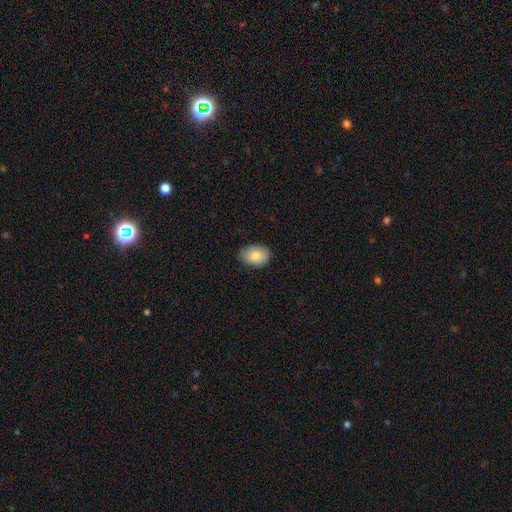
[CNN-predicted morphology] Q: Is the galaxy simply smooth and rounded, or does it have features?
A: smooth — 83%.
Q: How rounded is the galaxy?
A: in between — 76%.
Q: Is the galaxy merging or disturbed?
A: none — 82%.